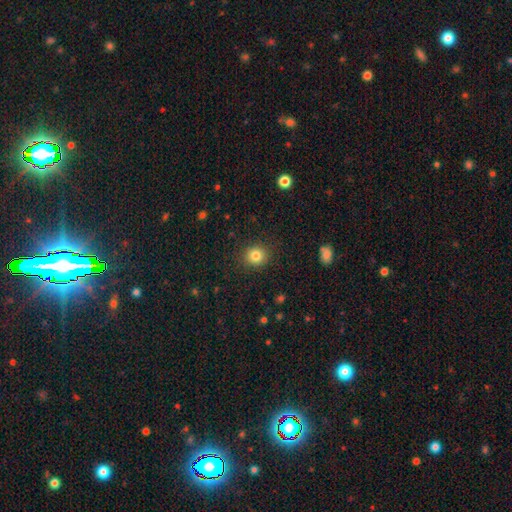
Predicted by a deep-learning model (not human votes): Smooth or featured? smooth (83%)
How rounded? round (84%)
Merging? none (89%)